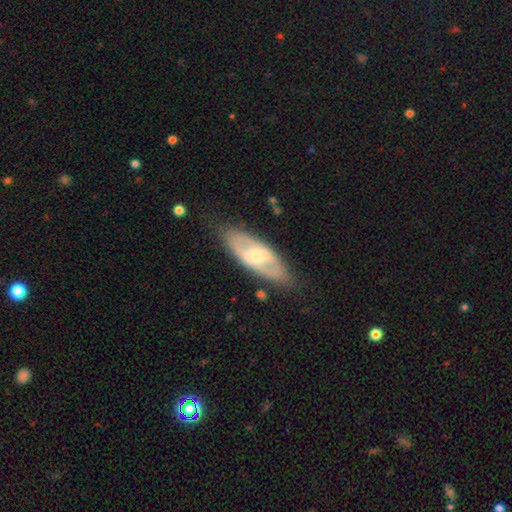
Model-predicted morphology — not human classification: A featured or disk galaxy (61%).

Vote fractions:
- Smooth or featured? featured or disk: 61% / smooth: 34% / star or artifact: 6%
- Edge-on disk? no: 81% / yes: 19%
- Merging? none: 77% / minor disturbance: 16% / major disturbance: 5% / merger: 2%